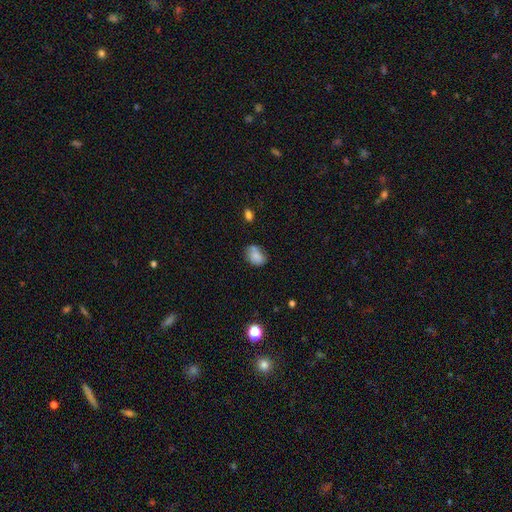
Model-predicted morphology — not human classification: This is likely a smooth galaxy (78%). How rounded: likely in between (73%). Merging: possibly none (54%).